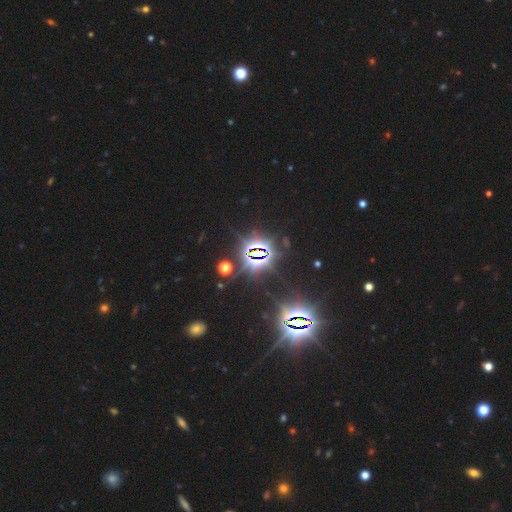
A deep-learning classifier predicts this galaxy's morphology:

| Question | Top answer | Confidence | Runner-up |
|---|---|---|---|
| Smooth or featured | star or artifact | 86% | featured or disk (7%) |